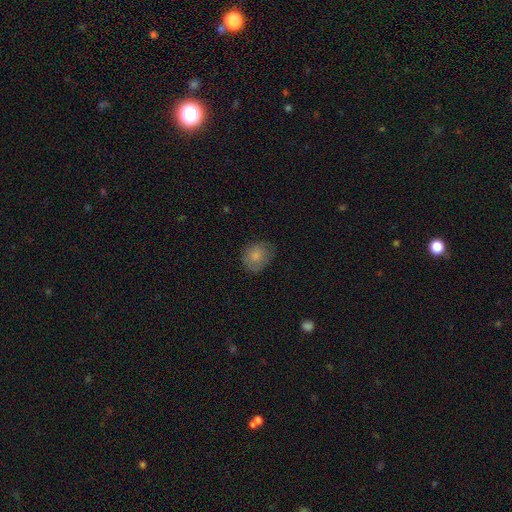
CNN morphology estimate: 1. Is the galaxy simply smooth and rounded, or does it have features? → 80% smooth, 13% featured or disk, 8% star or artifact.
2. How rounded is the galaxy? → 57% round, 42% in between, 1% cigar-shaped.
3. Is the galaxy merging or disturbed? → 68% none, 25% minor disturbance, 6% major disturbance, 1% merger.